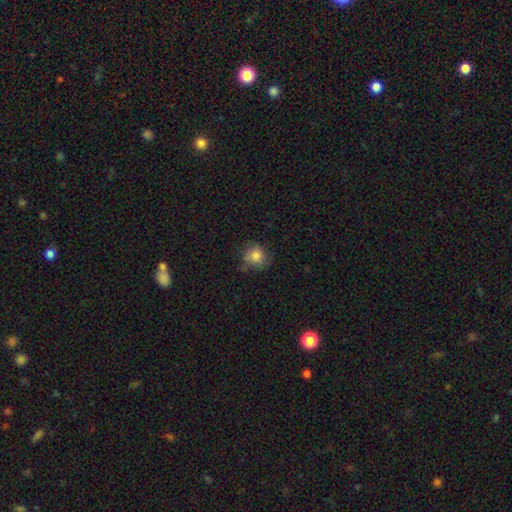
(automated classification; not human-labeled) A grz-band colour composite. It shows a smooth galaxy with no disk features (79%) that is round (78%). Merging: none (59%).